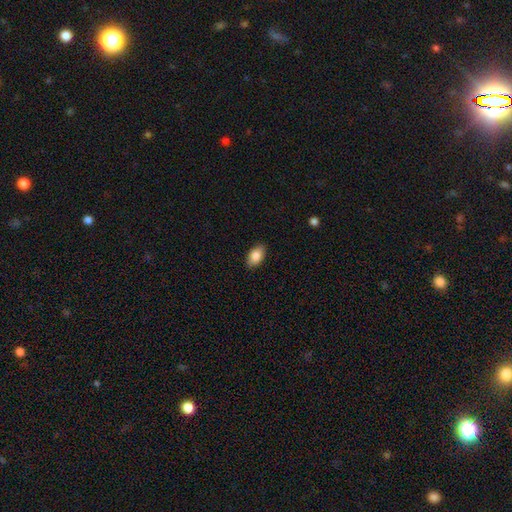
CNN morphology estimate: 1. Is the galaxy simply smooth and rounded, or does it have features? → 84% smooth, 9% featured or disk, 7% star or artifact.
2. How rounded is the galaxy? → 92% in between, 6% round, 2% cigar-shaped.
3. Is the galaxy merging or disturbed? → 89% none, 8% minor disturbance, 2% major disturbance, 1% merger.